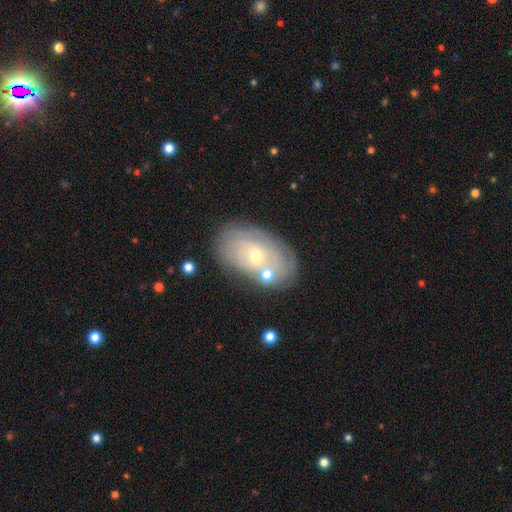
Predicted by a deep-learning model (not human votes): smooth-or-featured: featured or disk: 71% | smooth: 20% | star or artifact: 8%
  disk-edge-on: no: 94% | yes: 6%
    bar: no: 84% | weak: 13% | strong: 3%
    has-spiral-arms: yes: 78% | no: 22%
      spiral-winding: tight: 79% | medium: 16% | loose: 6%
      spiral-arm-count: can't tell: 58% | 2: 14% | 3: 10% | 4: 8% | more than 4: 6% | 1: 4%
    bulge-size: small: 59% | moderate: 37% | large: 2% | none: 1% | dominant: 1%
  merging: none: 72% | minor disturbance: 15% | merger: 8% | major disturbance: 5%